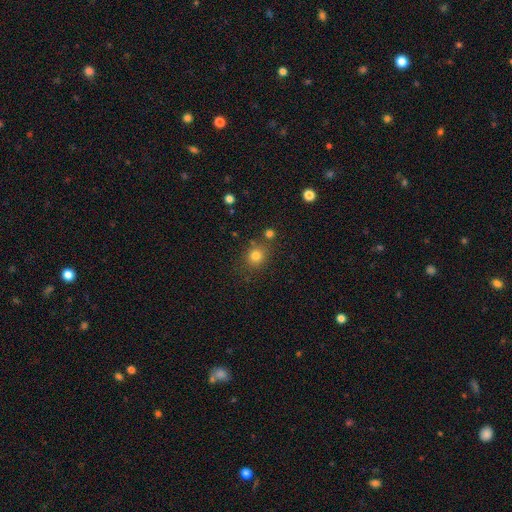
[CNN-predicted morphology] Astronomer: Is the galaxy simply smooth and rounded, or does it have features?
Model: smooth — 79%.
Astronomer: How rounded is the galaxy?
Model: round — 79%.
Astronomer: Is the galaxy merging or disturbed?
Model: none — 77%.